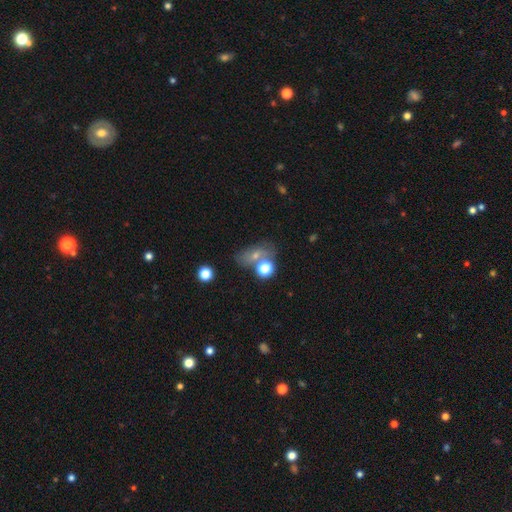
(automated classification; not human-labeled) smooth 49%, star or artifact 27%, featured or disk 24%. Down the decision tree: merging — none (55%).